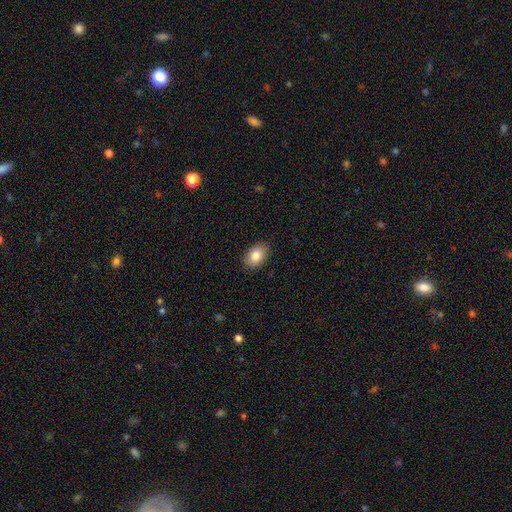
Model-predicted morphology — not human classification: Q: Smooth or featured?
A: smooth (85%); runner-up: featured or disk (8%)
Q: How rounded?
A: in between (86%); runner-up: round (13%)
Q: Merging?
A: none (88%); runner-up: minor disturbance (9%)